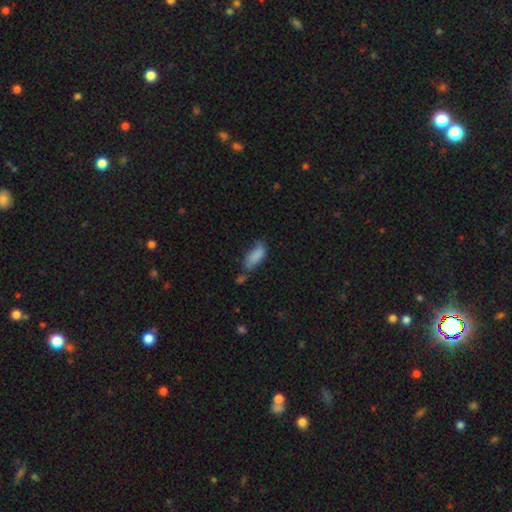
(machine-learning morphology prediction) smooth-or-featured: smooth: 83% | featured or disk: 9% | star or artifact: 8%
  how-rounded: in between: 83% | cigar-shaped: 15% | round: 2%
  merging: none: 43% | minor disturbance: 34% | major disturbance: 12% | merger: 11%